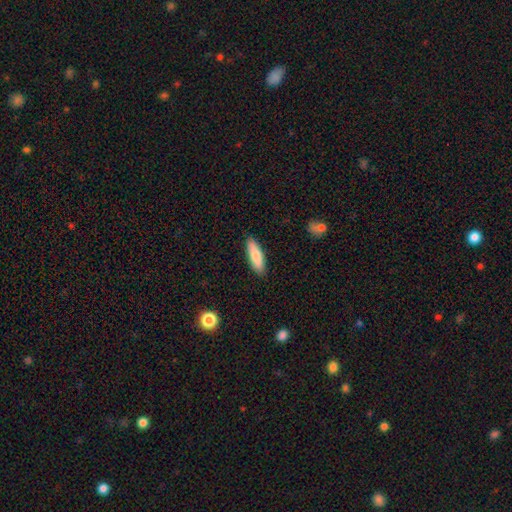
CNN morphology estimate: smooth 81%, featured or disk 13%, star or artifact 6%. Down the decision tree: how rounded — cigar-shaped (55%); merging — none (88%).